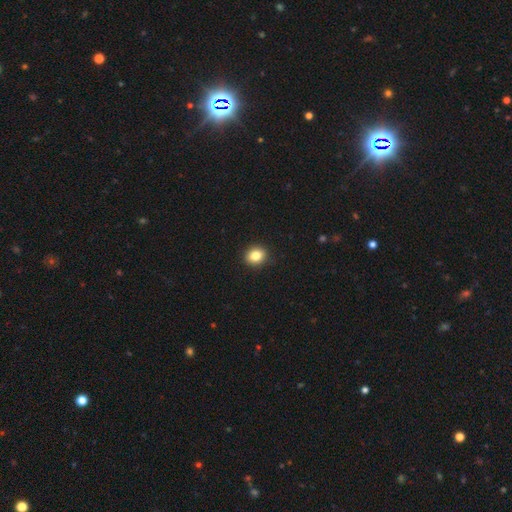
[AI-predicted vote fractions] Smooth or featured?
  - smooth: 84% *
  - star or artifact: 10%
  - featured or disk: 6%
How rounded?
  - round: 66% *
  - in between: 33%
  - cigar-shaped: 1%
Merging?
  - none: 91% *
  - minor disturbance: 7%
  - major disturbance: 2%
  - merger: 1%